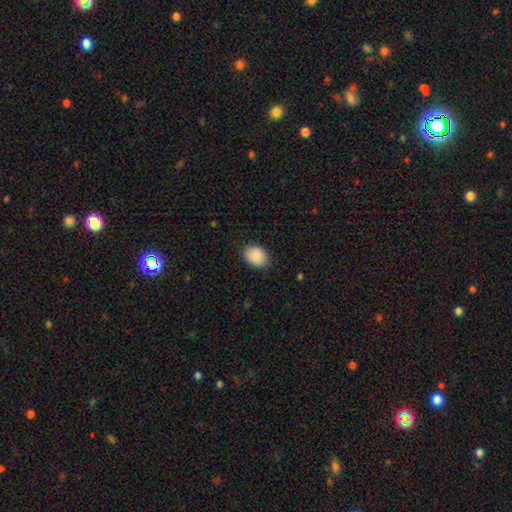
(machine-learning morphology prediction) The model was most divided on "how rounded": in between: 65%, round: 34%, cigar-shaped: 1%. More confident: smooth or featured — smooth (90%); merging — none (84%).